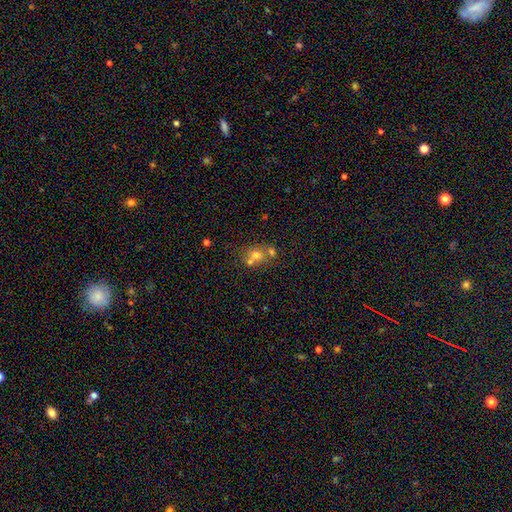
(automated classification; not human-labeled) Smooth or featured: smooth — 56% (featured or disk — 22%)
How rounded: round — 73% (in between — 26%)
Merging: merger — 46% (none — 41%)